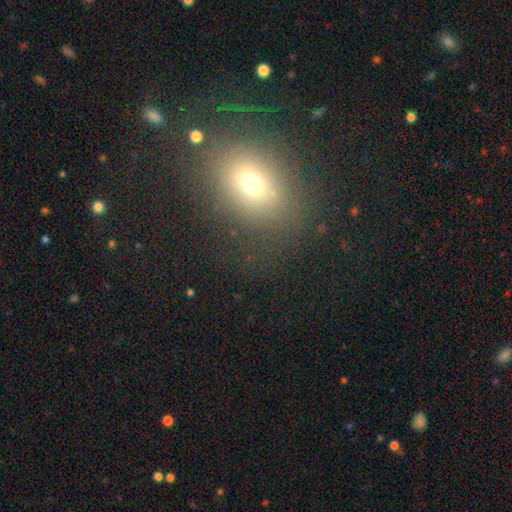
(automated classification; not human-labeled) smooth-or-featured: smooth: 62% | star or artifact: 23% | featured or disk: 15%
  how-rounded: in between: 59% | round: 38% | cigar-shaped: 2%
  merging: none: 78% | minor disturbance: 12% | major disturbance: 8% | merger: 2%